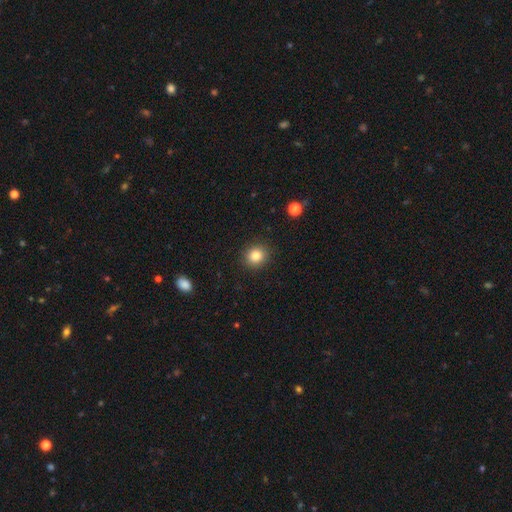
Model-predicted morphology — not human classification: Smooth or featured? smooth (84%)
How rounded? round (81%)
Merging? none (90%)